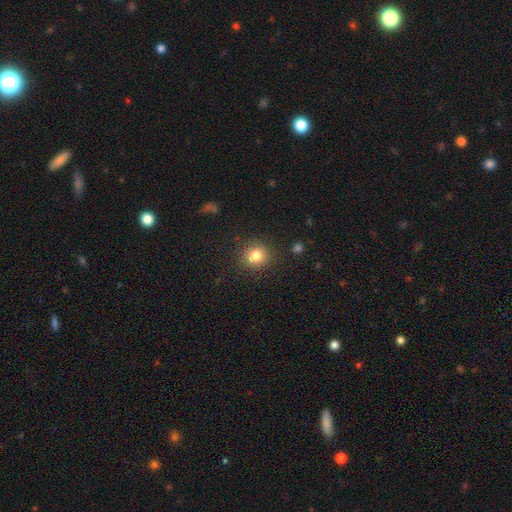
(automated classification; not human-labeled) Smooth or featured? smooth (80%)
How rounded? round (89%)
Merging? none (87%)